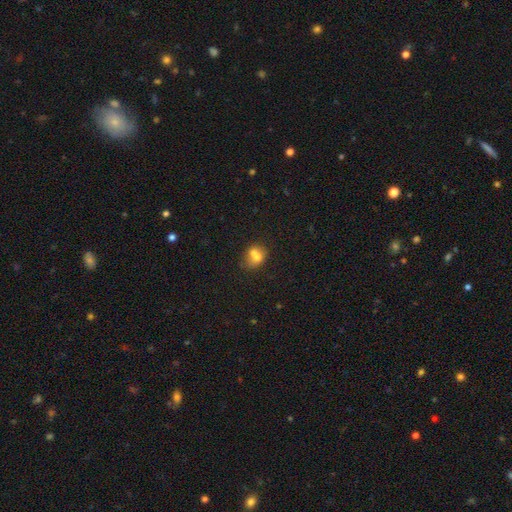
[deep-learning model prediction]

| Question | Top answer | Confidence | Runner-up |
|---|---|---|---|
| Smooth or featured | smooth | 67% | featured or disk (22%) |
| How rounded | round | 57% | in between (42%) |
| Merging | merger | 57% | none (29%) |